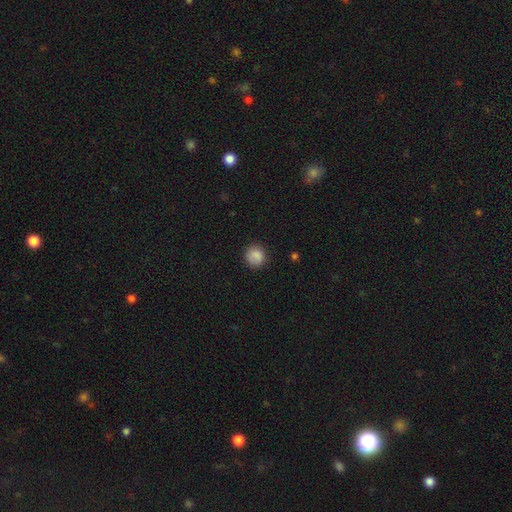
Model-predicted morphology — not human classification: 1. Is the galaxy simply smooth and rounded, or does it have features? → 86% smooth, 9% star or artifact, 5% featured or disk.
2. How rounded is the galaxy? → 89% round, 10% in between, 1% cigar-shaped.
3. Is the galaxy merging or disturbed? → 85% none, 11% minor disturbance, 3% major disturbance, 1% merger.